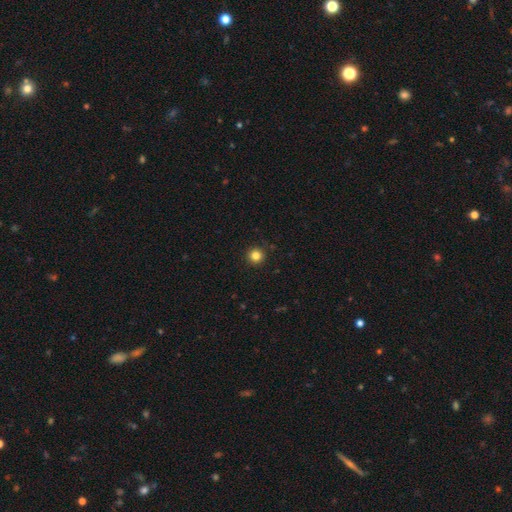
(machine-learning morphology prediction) The model was most divided on "smooth or featured": smooth: 83%, star or artifact: 12%, featured or disk: 5%. More confident: how rounded — round (96%); merging — none (92%).